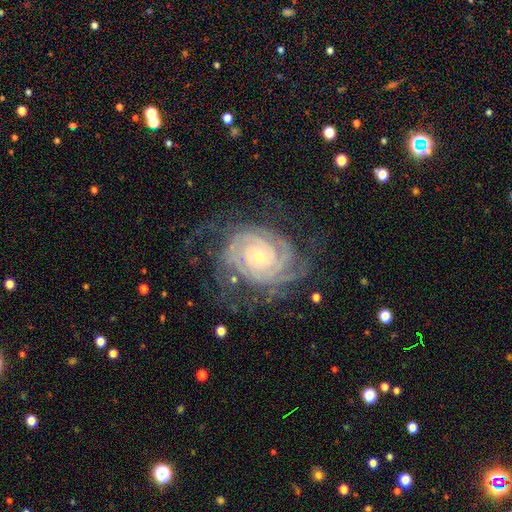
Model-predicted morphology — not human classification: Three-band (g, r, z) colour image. It shows a featured or disk galaxy (90%) with no bar (74%), 2 (23%) tight (83%) spiral arms (98%) and a small central bulge (70%). Merging: none (70%).